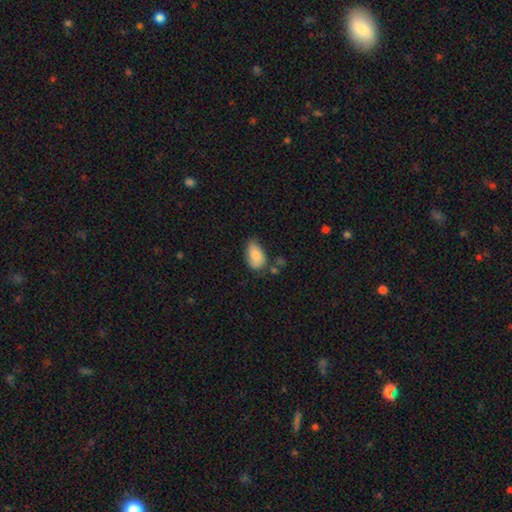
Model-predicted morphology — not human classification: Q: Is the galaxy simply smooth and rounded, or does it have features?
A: smooth — 82%.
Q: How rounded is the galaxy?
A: in between — 93%.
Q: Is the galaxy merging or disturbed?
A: none — 53%.